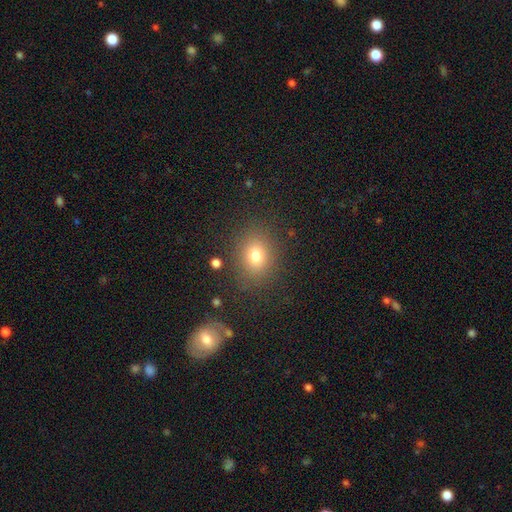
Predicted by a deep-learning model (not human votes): Smooth or featured? Predicted: smooth (p=0.76). How rounded? Predicted: round (p=0.53). Merging? Predicted: none (p=0.83).